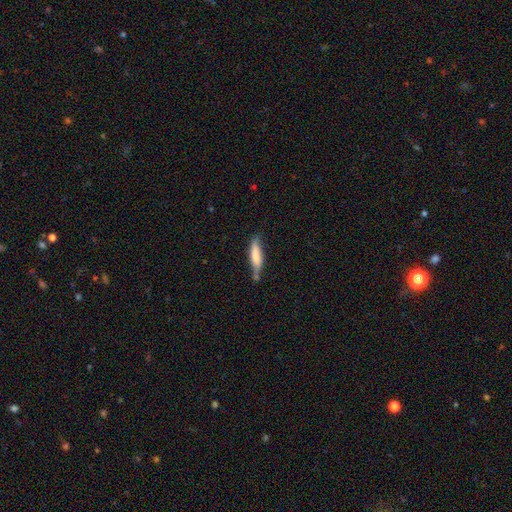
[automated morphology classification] Overall: smooth (70%). How rounded: cigar-shaped (75%). Merging: none (51%; minor disturbance 31%).